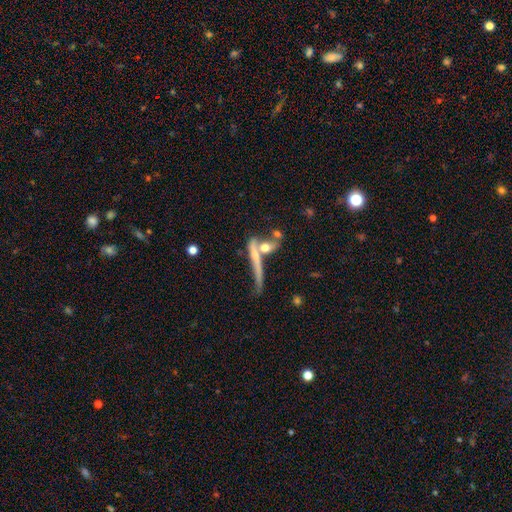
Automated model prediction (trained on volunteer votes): This appears to be a featured or disk galaxy (50%). Merging: merger (36%).